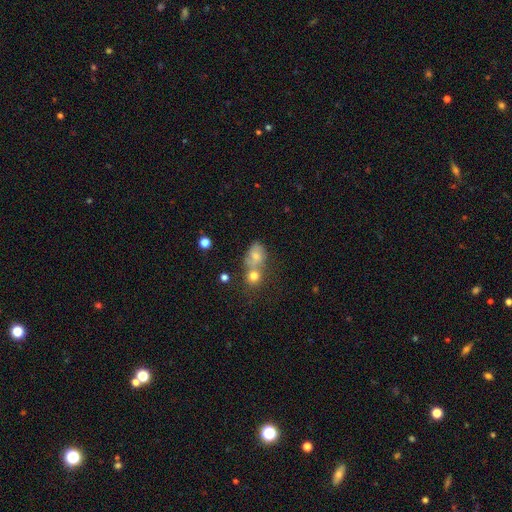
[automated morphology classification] A smooth galaxy with no disk features (62%) that is in between round and cigar-shaped (60%).

Vote fractions:
- Smooth or featured? smooth: 62% / featured or disk: 24% / star or artifact: 14%
- How rounded? in between: 60% / round: 38% / cigar-shaped: 2%
- Merging? merger: 43% / none: 35% / minor disturbance: 15% / major disturbance: 8%